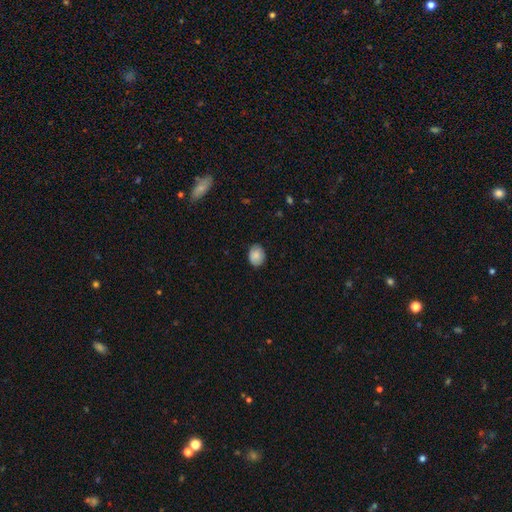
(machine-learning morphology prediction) smooth-or-featured: smooth: 86% | star or artifact: 7% | featured or disk: 7%
  how-rounded: in between: 52% | round: 47% | cigar-shaped: 1%
  merging: none: 84% | minor disturbance: 13% | major disturbance: 2% | merger: 1%